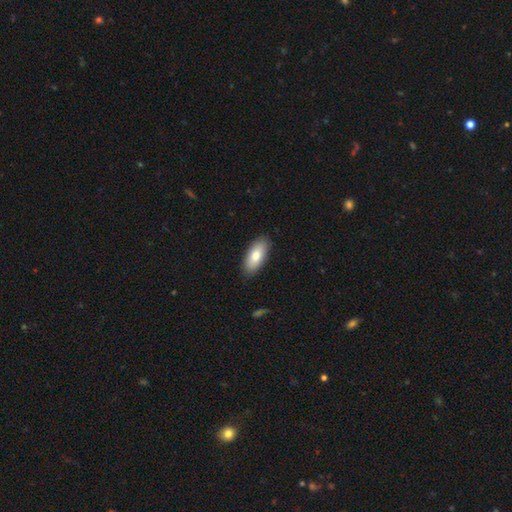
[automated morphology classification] Smooth or featured?
  - smooth: 80% *
  - featured or disk: 14%
  - star or artifact: 6%
How rounded?
  - in between: 87% *
  - cigar-shaped: 11%
  - round: 2%
Merging?
  - none: 88% *
  - minor disturbance: 9%
  - major disturbance: 2%
  - merger: 1%